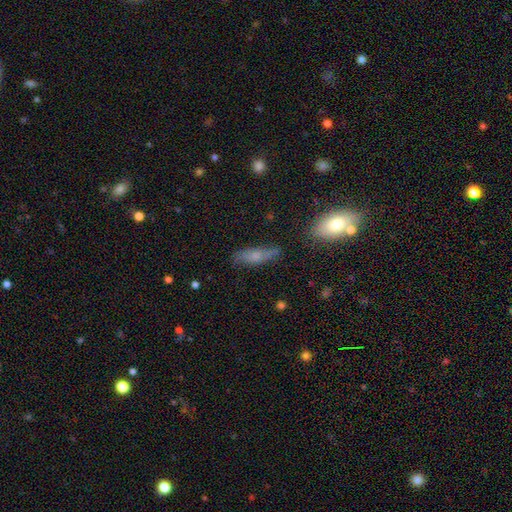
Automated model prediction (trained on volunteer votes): smooth-or-featured: smooth: 59% | featured or disk: 31% | star or artifact: 10%
  how-rounded: cigar-shaped: 49% | in between: 47% | round: 5%
  merging: none: 71% | minor disturbance: 20% | major disturbance: 5% | merger: 3%